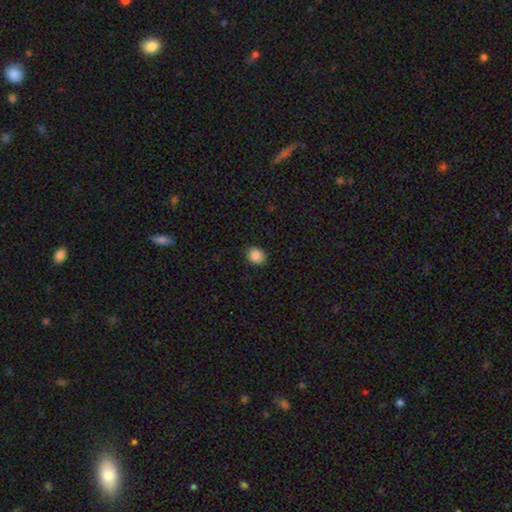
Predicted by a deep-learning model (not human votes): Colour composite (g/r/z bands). It shows a smooth galaxy with no disk features (87%) that is round (62%). Merging: none (88%).